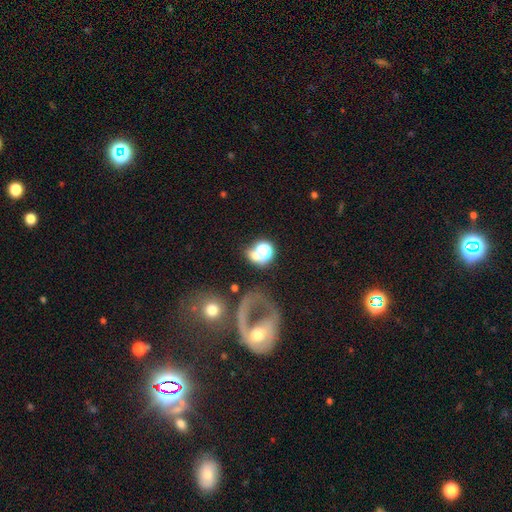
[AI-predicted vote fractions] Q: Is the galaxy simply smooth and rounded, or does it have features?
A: smooth — 50%.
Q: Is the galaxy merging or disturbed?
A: none — 56%.